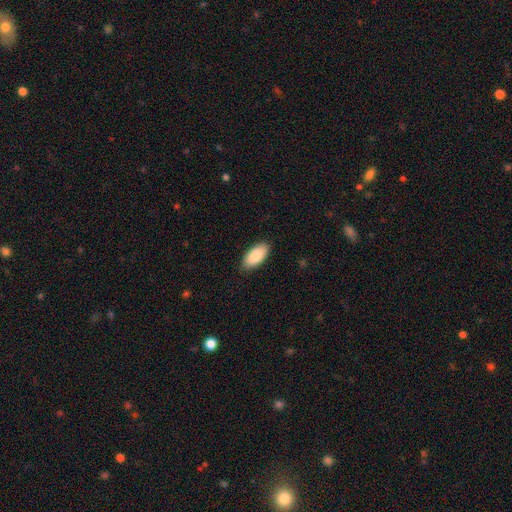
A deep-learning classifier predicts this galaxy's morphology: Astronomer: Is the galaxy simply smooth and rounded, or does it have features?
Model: smooth — 87%.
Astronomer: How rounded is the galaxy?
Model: in between — 93%.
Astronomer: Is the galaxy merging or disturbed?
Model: none — 87%.